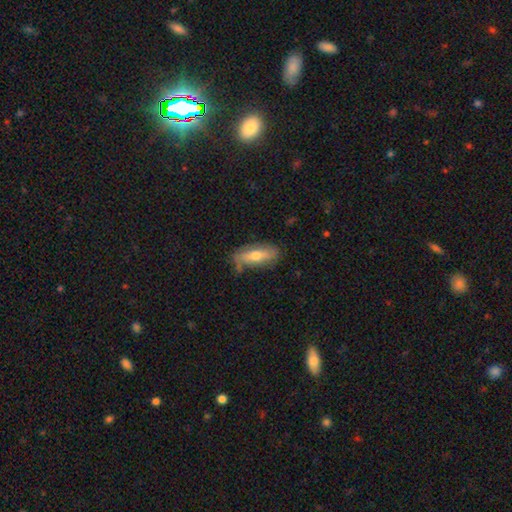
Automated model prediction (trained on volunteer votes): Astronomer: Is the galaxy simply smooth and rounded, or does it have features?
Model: smooth — 55% (runner-up: featured or disk, 38%).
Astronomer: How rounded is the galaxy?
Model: in between — 64%.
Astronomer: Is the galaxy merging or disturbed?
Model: none — 66%.